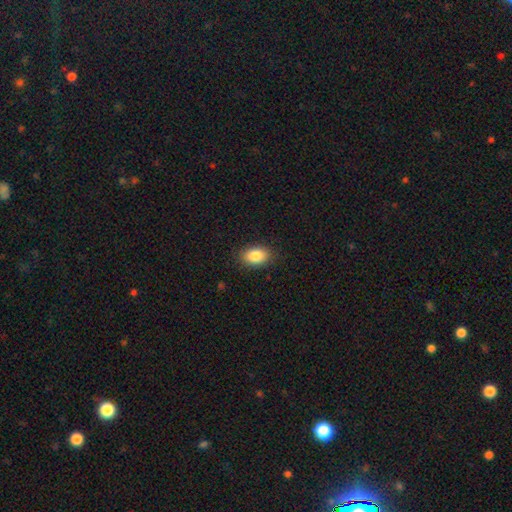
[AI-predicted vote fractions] Smooth or featured? Predicted: smooth (p=0.86). How rounded? Predicted: in between (p=0.86). Merging? Predicted: none (p=0.87).